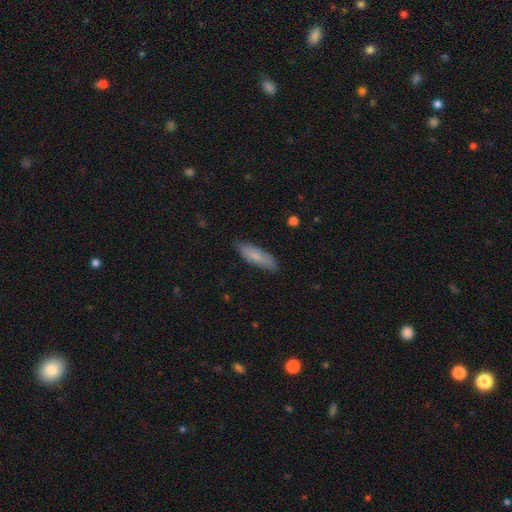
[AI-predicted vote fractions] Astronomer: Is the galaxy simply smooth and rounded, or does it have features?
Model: smooth — 75%.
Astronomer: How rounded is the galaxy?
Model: cigar-shaped — 51% (runner-up: in between, 47%).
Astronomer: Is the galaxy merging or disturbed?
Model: none — 81%.